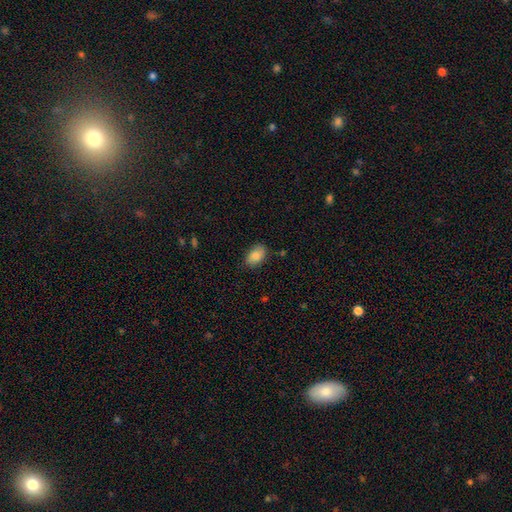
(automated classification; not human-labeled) This appears to be a smooth galaxy with no disk features (85%) that is in between round and cigar-shaped (90%). Merging: none (83%).